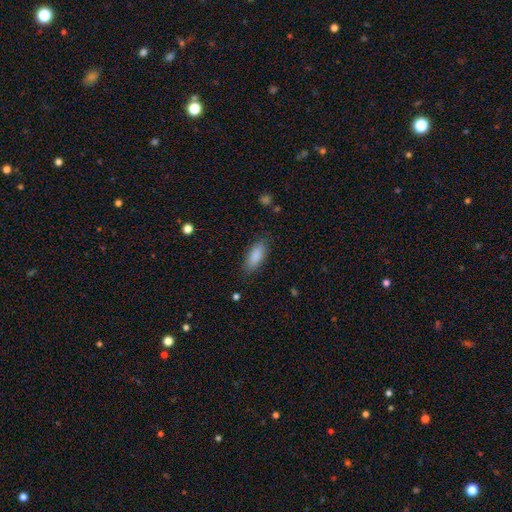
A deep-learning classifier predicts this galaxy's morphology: smooth 87%, star or artifact 7%, featured or disk 6%. Down the decision tree: how rounded — in between (79%); merging — none (84%).